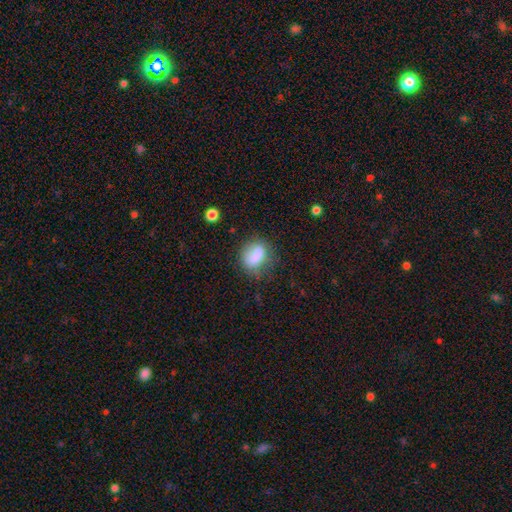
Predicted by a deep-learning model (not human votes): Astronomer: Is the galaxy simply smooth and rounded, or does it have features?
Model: smooth — 80%.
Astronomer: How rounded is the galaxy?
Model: in between — 65%.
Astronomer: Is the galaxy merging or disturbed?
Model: none — 58%.